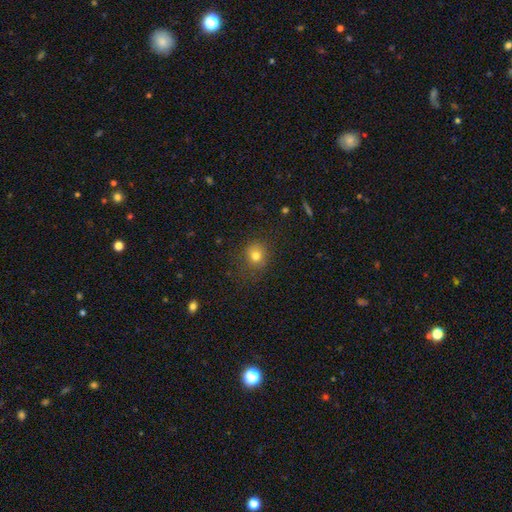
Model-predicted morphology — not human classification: Smooth or featured? smooth (77%)
How rounded? round (80%)
Merging? none (78%)